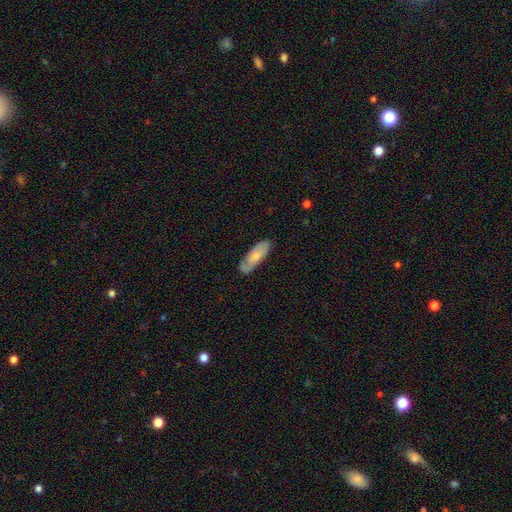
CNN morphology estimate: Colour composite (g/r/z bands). It shows a smooth galaxy with no disk features (64%) that is in between round and cigar-shaped (64%). Merging: none (79%).